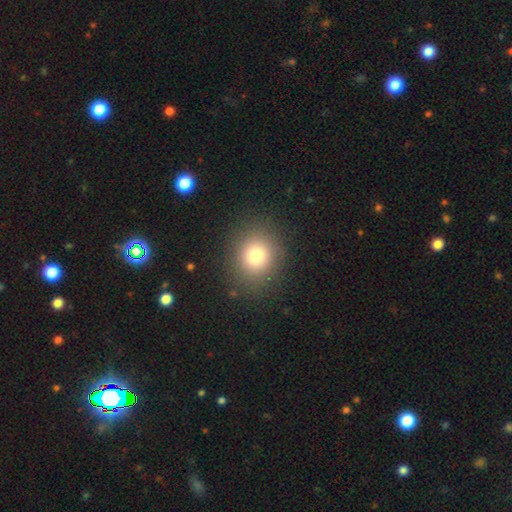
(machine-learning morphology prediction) Overall: smooth (78%). How rounded: round (81%). Merging: none (88%).